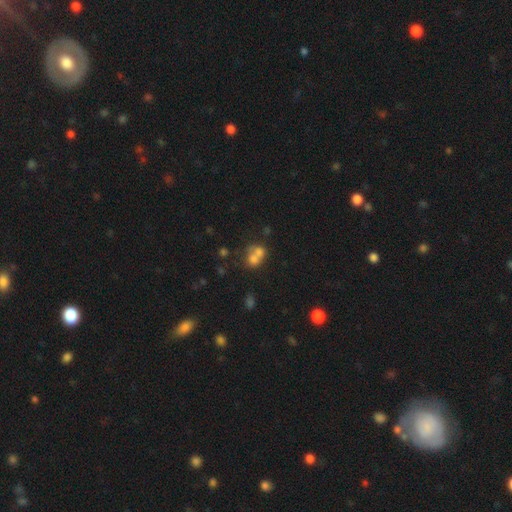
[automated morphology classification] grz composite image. It shows a smooth galaxy with no disk features (65%) that is round (62%). Merging: merger (66%).